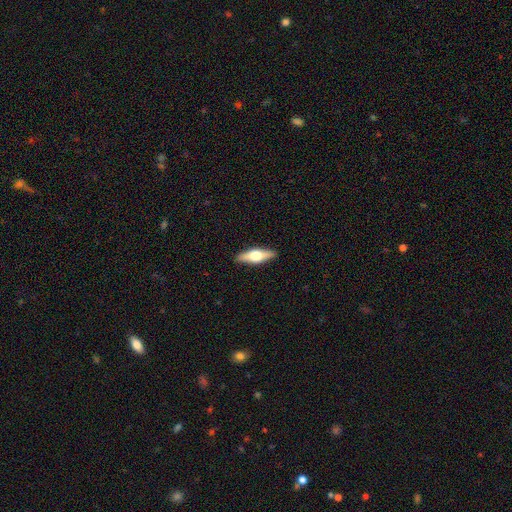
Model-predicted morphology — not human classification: Smooth or featured? Predicted: featured or disk (p=0.50). Edge-on disk? Predicted: yes (p=0.93). Merging? Predicted: none (p=0.90).